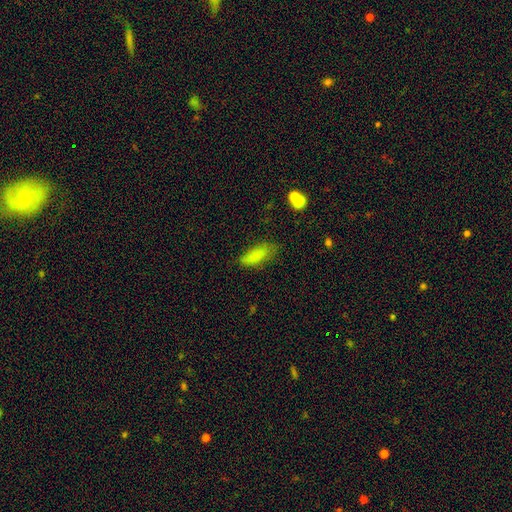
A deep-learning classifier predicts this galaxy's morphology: Smooth or featured? smooth (83%)
How rounded? in between (63%)
Merging? none (63%)